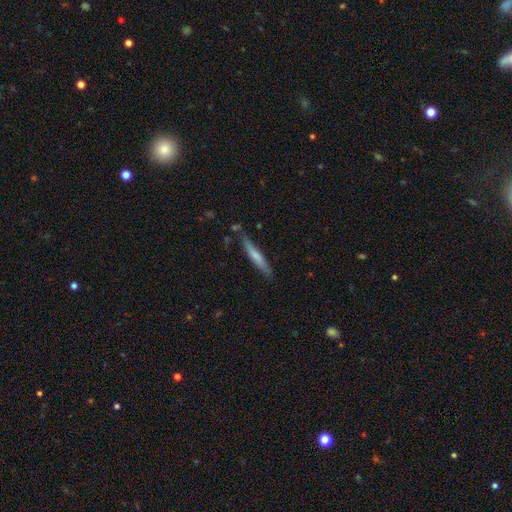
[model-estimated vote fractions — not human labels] Smooth or featured? Predicted: smooth (p=0.65). How rounded? Predicted: cigar-shaped (p=0.93). Merging? Predicted: none (p=0.74).